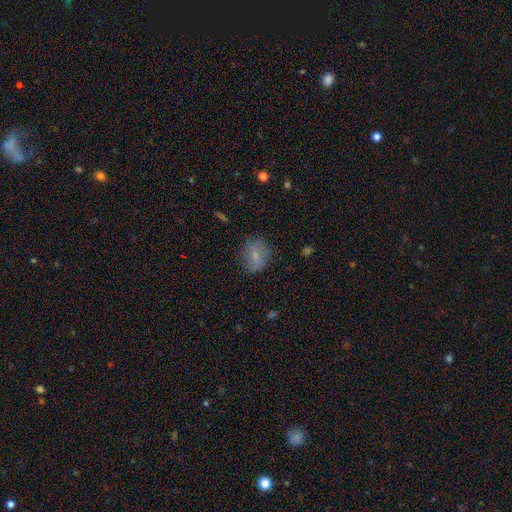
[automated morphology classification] smooth_or_featured: smooth (p=0.70) [alt: featured or disk p=0.21]
how_rounded: in between (p=0.49) [tied with: round p=0.49]
merging: none (p=0.76) [alt: minor disturbance p=0.17]